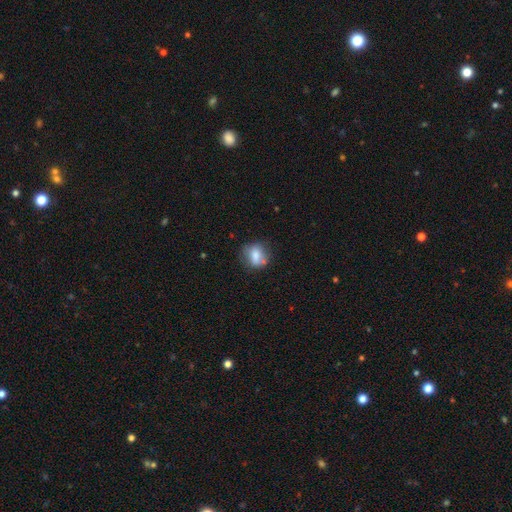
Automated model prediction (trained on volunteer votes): This appears to be a smooth galaxy with no disk features (73%) that is round (57%). Merging: none (63%).